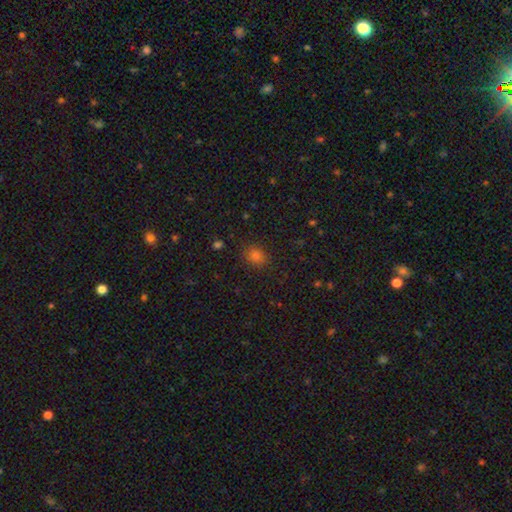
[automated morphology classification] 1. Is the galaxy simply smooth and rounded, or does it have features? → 77% smooth, 18% star or artifact, 5% featured or disk.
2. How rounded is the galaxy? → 64% round, 35% in between, 1% cigar-shaped.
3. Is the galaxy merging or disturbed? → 87% none, 9% minor disturbance, 2% major disturbance, 1% merger.